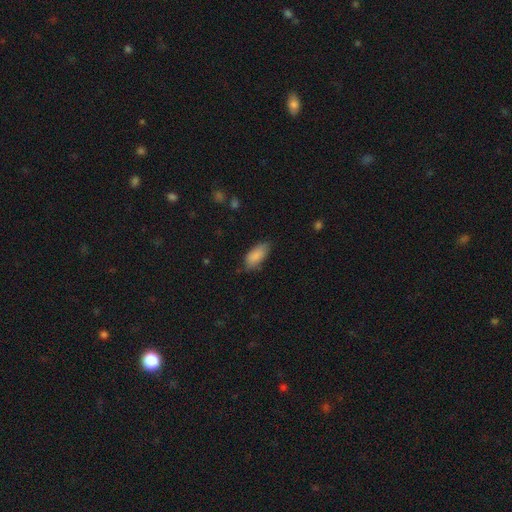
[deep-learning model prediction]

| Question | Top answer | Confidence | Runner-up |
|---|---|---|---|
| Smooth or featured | smooth | 87% | featured or disk (7%) |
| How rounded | in between | 87% | cigar-shaped (11%) |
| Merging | none | 70% | minor disturbance (24%) |